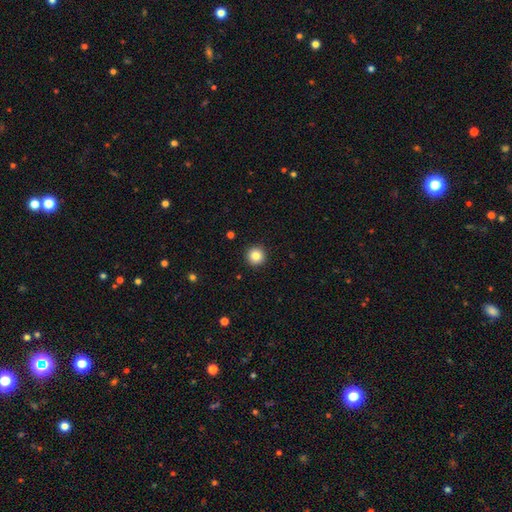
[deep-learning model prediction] Morphology: type=smooth (85%); roundness=round (96%); merging=none (93%).